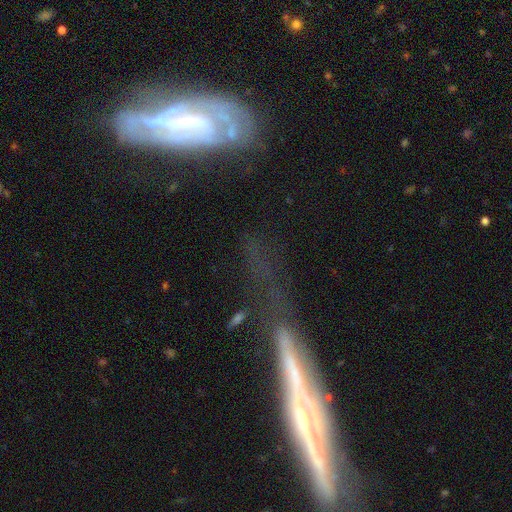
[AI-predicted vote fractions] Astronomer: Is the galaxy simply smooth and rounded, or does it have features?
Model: featured or disk — 70%.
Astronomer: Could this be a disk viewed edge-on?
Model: no — 52% (runner-up: yes, 48%).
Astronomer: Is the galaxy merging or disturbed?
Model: none — 37% (runner-up: major disturbance, 25%).